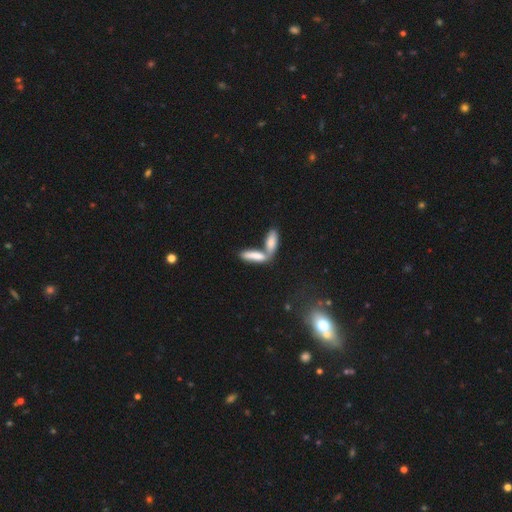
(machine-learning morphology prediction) A smooth galaxy with no disk features (76%) that is cigar-shaped (54%).

Vote fractions:
- Smooth or featured? smooth: 76% / featured or disk: 17% / star or artifact: 7%
- How rounded? cigar-shaped: 54% / in between: 44% / round: 2%
- Merging? merger: 60% / none: 29% / minor disturbance: 8% / major disturbance: 4%